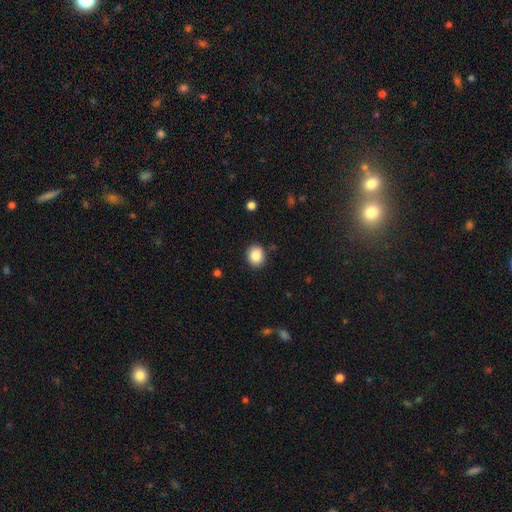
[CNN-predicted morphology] This is clearly a smooth galaxy (86%). How rounded: likely round (68%). Merging: clearly none (87%).